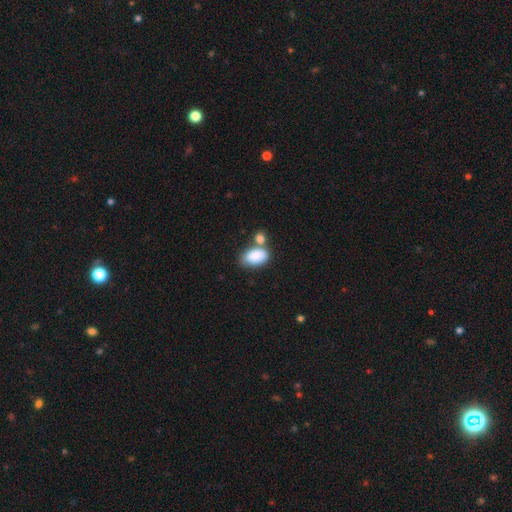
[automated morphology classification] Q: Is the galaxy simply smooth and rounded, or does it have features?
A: smooth — 86%.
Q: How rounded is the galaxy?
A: in between — 92%.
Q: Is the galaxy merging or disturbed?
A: none — 46%.